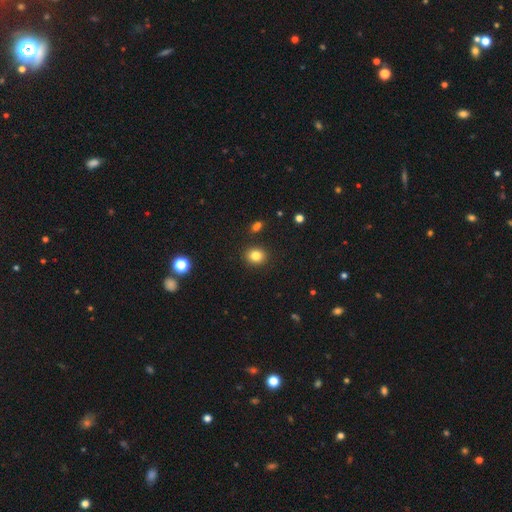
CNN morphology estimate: A smooth galaxy with no disk features (82%) that is round (77%). Merging: none (89%).